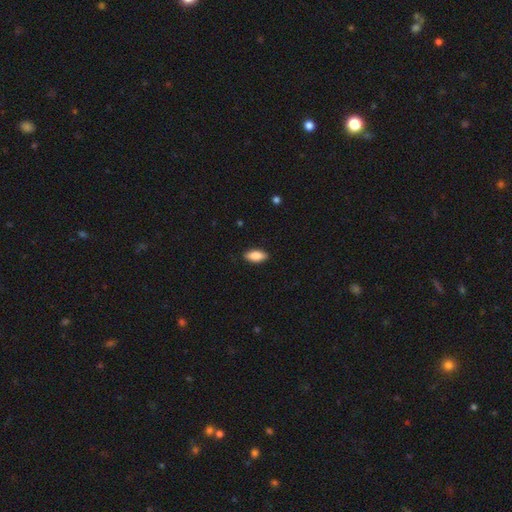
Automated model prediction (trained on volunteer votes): Morphology: type=smooth (86%); roundness=in between (88%); merging=none (88%).